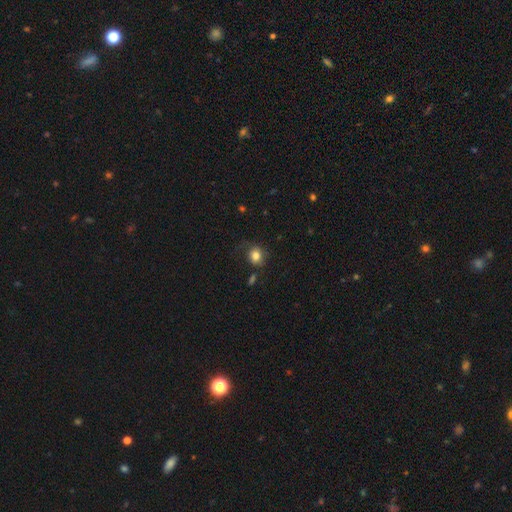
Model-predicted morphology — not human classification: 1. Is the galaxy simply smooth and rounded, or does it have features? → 82% smooth, 11% star or artifact, 8% featured or disk.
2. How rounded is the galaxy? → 74% round, 25% in between, 1% cigar-shaped.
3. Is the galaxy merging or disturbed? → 68% none, 20% minor disturbance, 9% major disturbance, 3% merger.